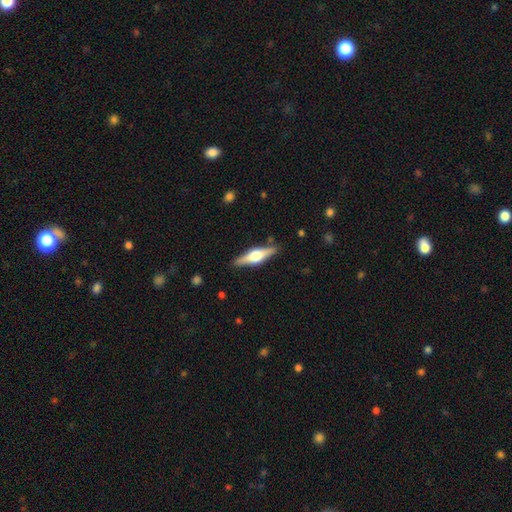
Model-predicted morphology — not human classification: A featured or disk galaxy (68%) viewed edge-on (97%) with a rounded central bulge (92%). Merging: none (88%).